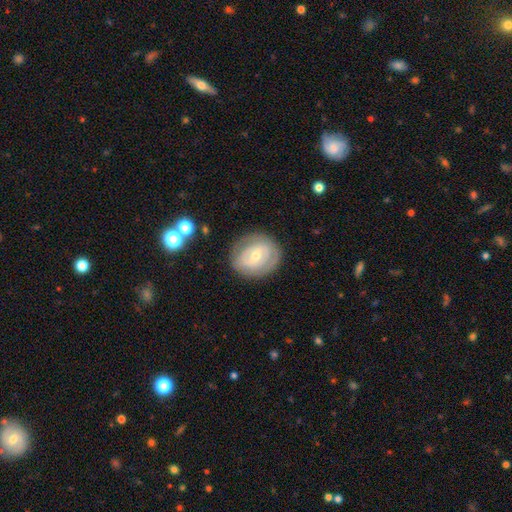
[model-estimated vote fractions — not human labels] Smooth or featured? Predicted: featured or disk (p=0.60). Edge-on disk? Predicted: no (p=0.95). Bar? Predicted: weak (p=0.41). Spiral arms? Predicted: yes (p=0.53). Bulge size? Predicted: small (p=0.52). Merging? Predicted: none (p=0.80).